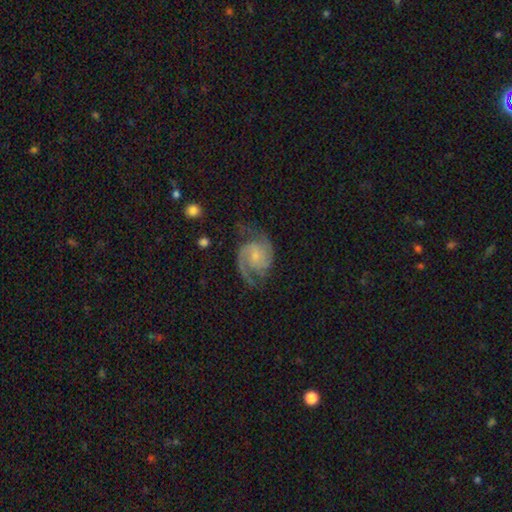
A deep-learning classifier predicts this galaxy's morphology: This is clearly a featured or disk galaxy (89%). It is clearly not viewed edge-on (98%). Bar: possibly no (55%). Spiral arm pattern: clearly yes (98%). Spiral arm count: clearly 2 (89%). Spiral winding: possibly medium (55%). Central bulge: possibly small (51%). Merging: likely none (69%).